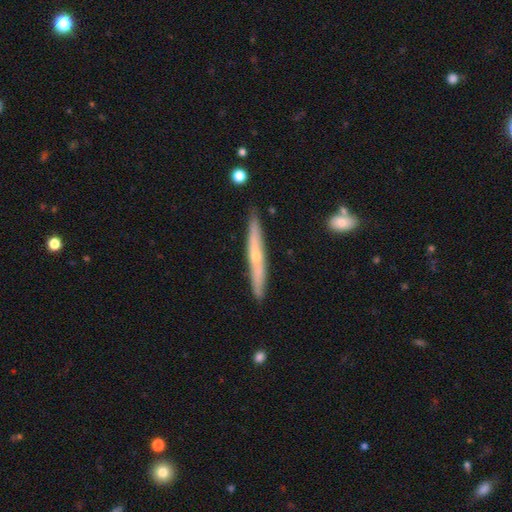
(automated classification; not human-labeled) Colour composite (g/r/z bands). It shows a featured or disk galaxy (60%) viewed edge-on (93%) with a rounded central bulge (66%). Merging: none (87%).